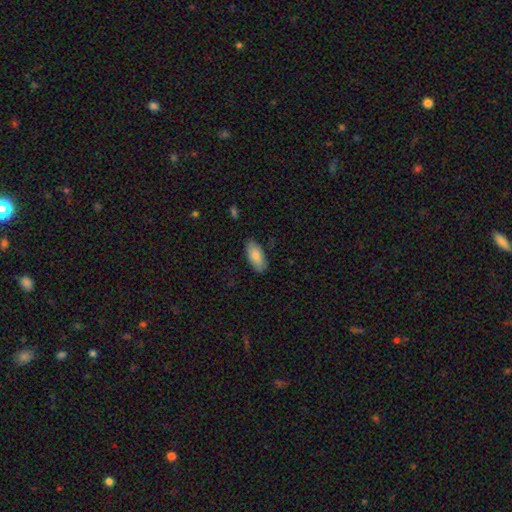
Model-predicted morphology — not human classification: The model was most divided on "merging": none: 84%, minor disturbance: 12%, major disturbance: 3%, merger: 1%. More confident: how rounded — in between (87%); smooth or featured — smooth (86%).